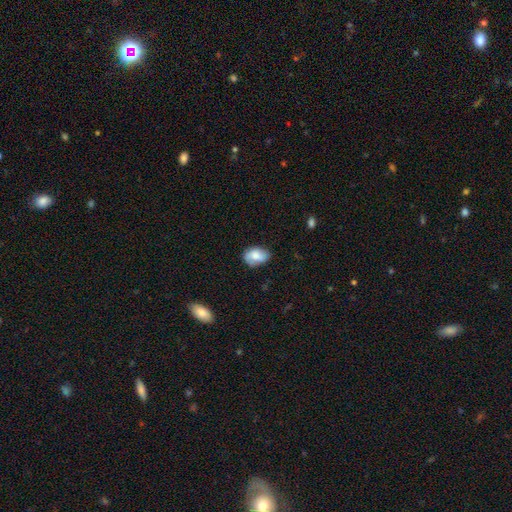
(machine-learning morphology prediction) smooth 69%, featured or disk 23%, star or artifact 8%. Down the decision tree: how rounded — in between (83%); merging — none (67%).